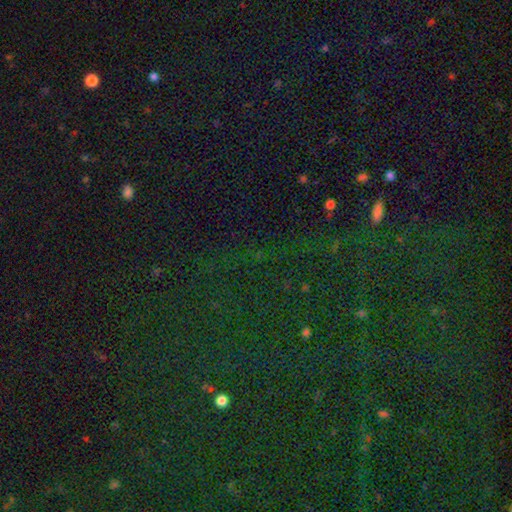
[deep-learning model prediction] Morphology: type=star or artifact (83%).